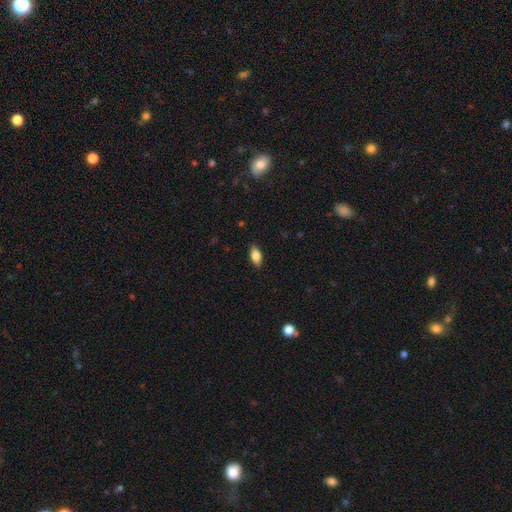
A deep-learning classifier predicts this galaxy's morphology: Q: Smooth or featured?
A: smooth (81%); runner-up: featured or disk (12%)
Q: How rounded?
A: in between (88%); runner-up: cigar-shaped (9%)
Q: Merging?
A: none (87%); runner-up: minor disturbance (10%)